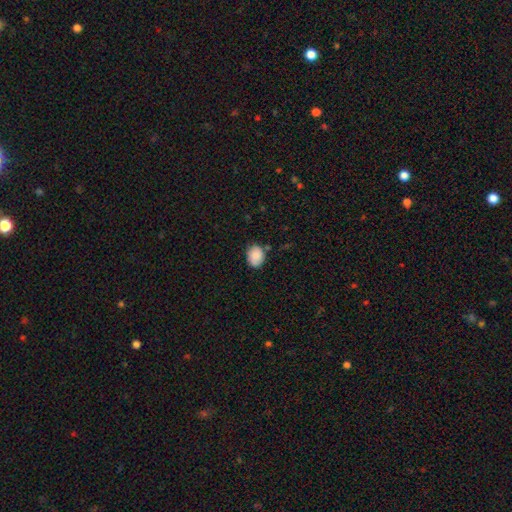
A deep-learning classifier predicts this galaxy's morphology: Overall: smooth (85%). How rounded: in between (57%; round 42%). Merging: none (74%).